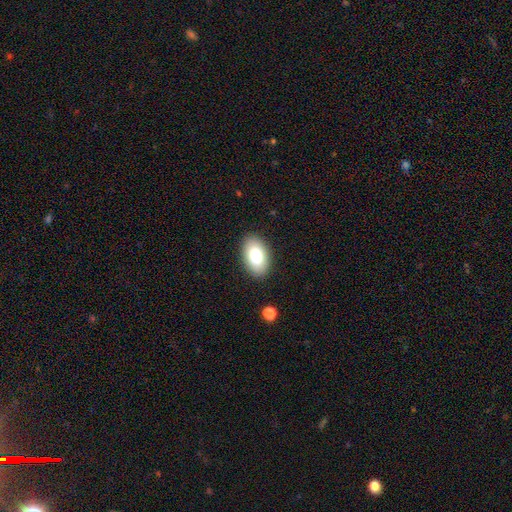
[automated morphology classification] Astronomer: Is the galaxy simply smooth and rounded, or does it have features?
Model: smooth — 81%.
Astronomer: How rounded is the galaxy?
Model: in between — 94%.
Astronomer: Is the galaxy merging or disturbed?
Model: none — 88%.